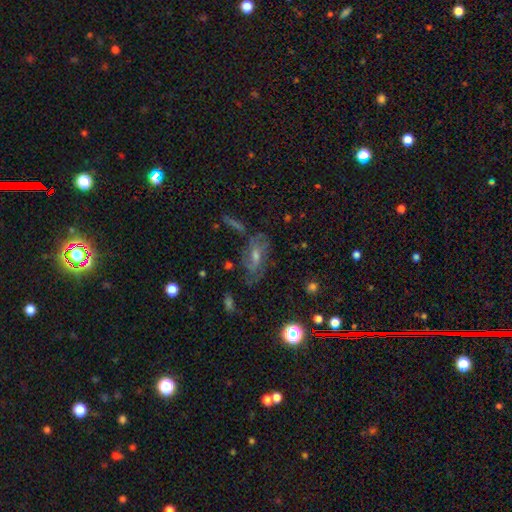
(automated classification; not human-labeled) Smooth or featured: featured or disk — 57% (smooth — 23%)
Edge-on disk: no — 88% (yes — 12%)
Bar: no — 44% (weak — 43%)
Spiral arms: yes — 76% (no — 24%)
Bulge size: moderate — 51% (small — 37%)
Merging: none — 59% (minor disturbance — 20%)